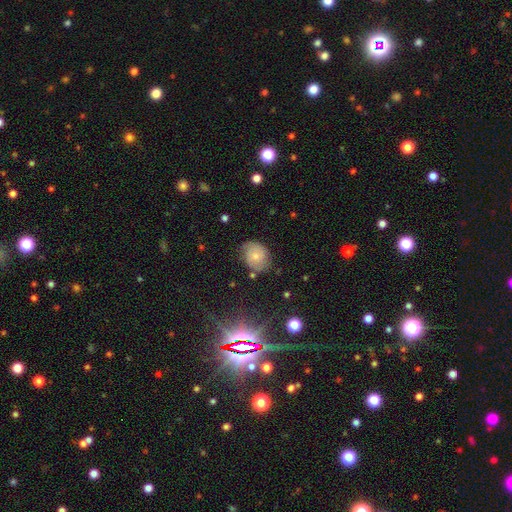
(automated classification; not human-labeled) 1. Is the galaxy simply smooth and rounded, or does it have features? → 52% smooth, 38% featured or disk, 10% star or artifact.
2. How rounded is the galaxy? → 51% round, 47% in between, 1% cigar-shaped.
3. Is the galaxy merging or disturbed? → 71% none, 21% minor disturbance, 6% major disturbance, 2% merger.